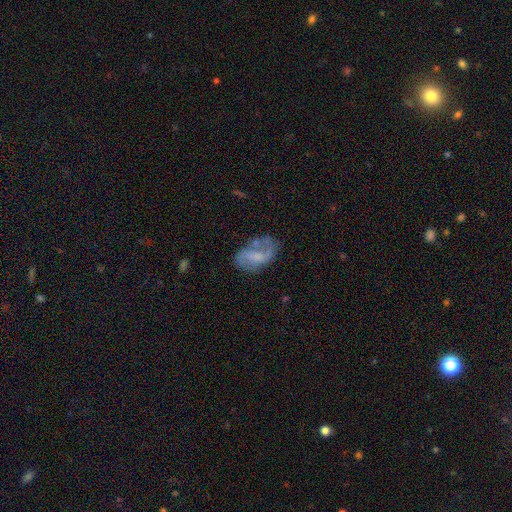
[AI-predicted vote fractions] Overall: featured or disk (64%; smooth 27%). Edge-on disk: no (97%). Bar: weak (45%; no 39%). Spiral arms: yes (76%). Bulge size: none (42%; small 30%). Merging: none (49%; minor disturbance 25%).